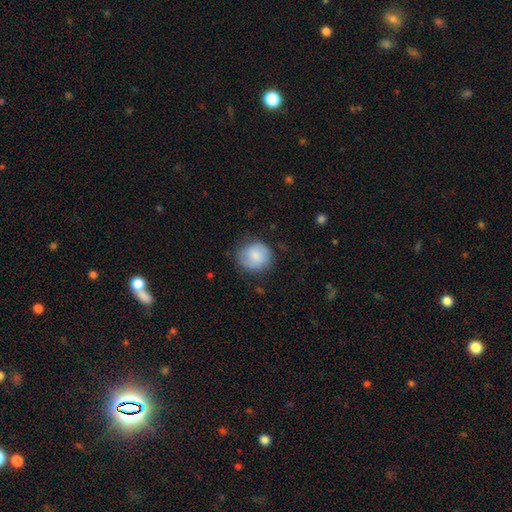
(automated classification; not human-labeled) This appears to be a smooth galaxy with no disk features (75%) that is round (86%). Merging: none (74%).